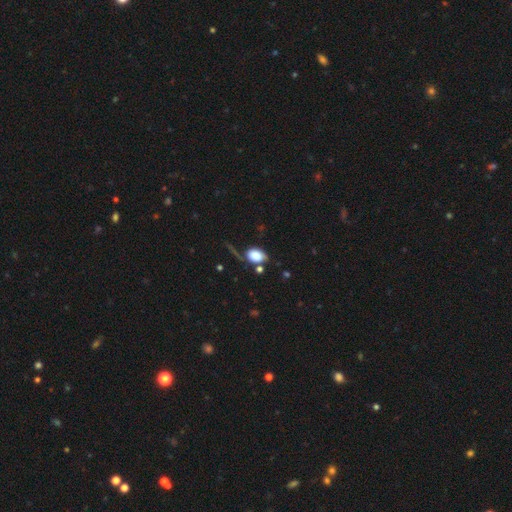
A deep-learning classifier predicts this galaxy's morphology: Overall: smooth (81%). How rounded: in between (78%). Merging: none (51%; minor disturbance 22%).